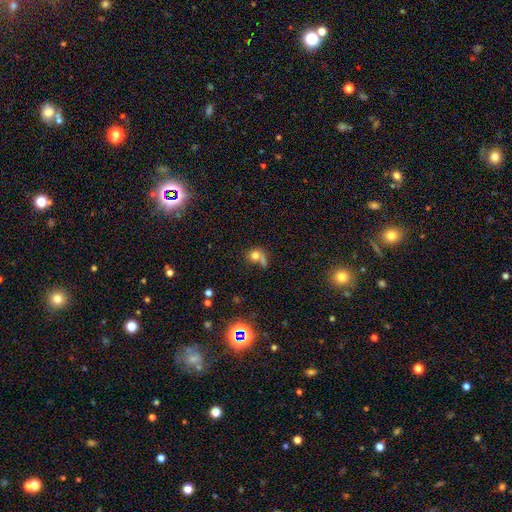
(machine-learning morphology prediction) This appears to be a smooth galaxy with no disk features (68%) that is round (68%). Merging: none (36%).